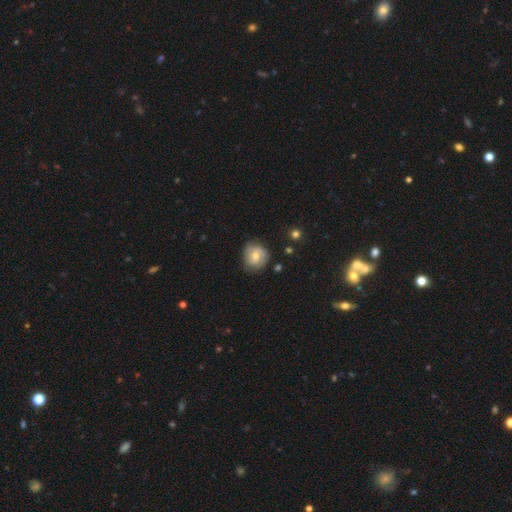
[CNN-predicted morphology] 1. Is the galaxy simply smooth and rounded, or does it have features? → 49% smooth, 43% featured or disk, 8% star or artifact.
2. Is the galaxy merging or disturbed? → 73% none, 21% minor disturbance, 5% major disturbance, 2% merger.